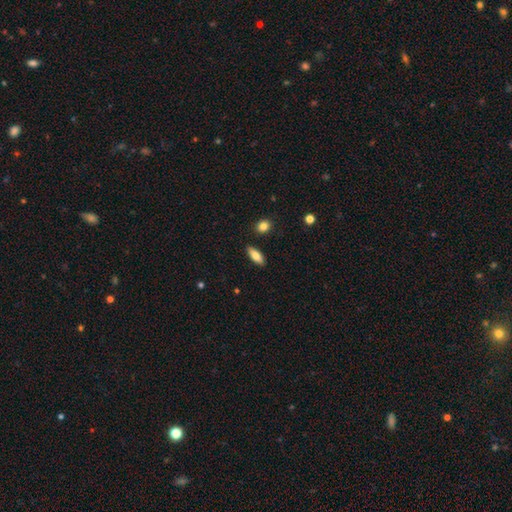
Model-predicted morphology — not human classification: This is likely a smooth galaxy (79%). How rounded: likely in between (73%). Merging: clearly none (88%).